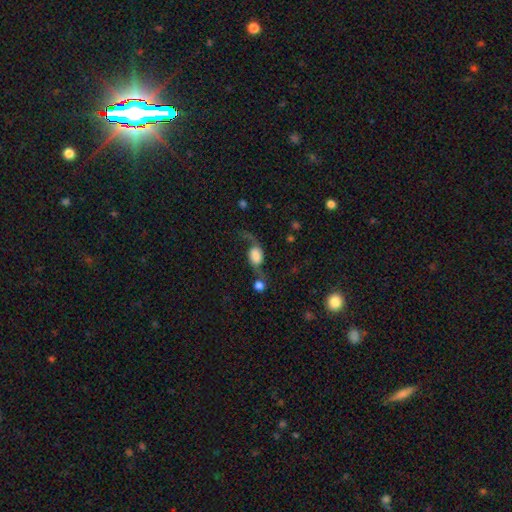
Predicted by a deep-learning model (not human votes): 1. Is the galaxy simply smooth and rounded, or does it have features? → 53% featured or disk, 37% smooth, 10% star or artifact.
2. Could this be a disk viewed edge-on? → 93% no, 7% yes.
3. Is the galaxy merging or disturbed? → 34% none, 26% major disturbance, 23% merger, 17% minor disturbance.